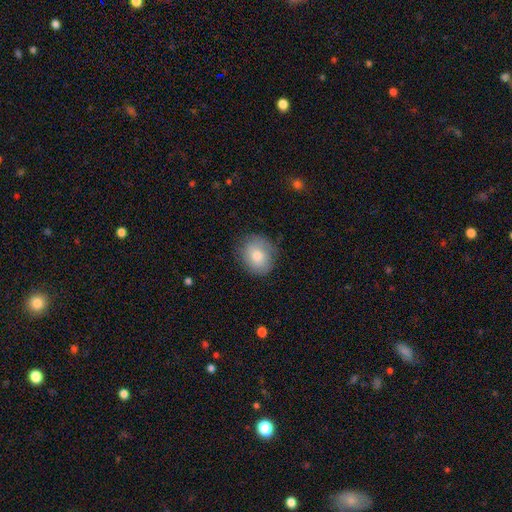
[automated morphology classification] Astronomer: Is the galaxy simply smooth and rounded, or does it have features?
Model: smooth — 77%.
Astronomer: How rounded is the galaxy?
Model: round — 65%.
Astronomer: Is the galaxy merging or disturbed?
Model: none — 78%.